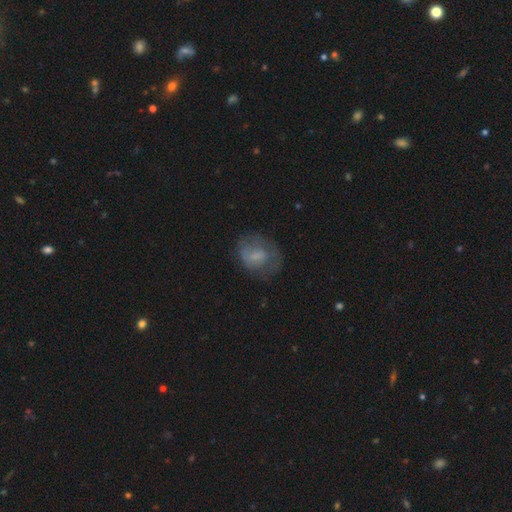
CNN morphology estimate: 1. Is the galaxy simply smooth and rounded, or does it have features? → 54% smooth, 36% featured or disk, 10% star or artifact.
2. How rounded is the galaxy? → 53% in between, 46% round, 1% cigar-shaped.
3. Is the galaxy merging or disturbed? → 53% none, 25% minor disturbance, 21% major disturbance, 2% merger.